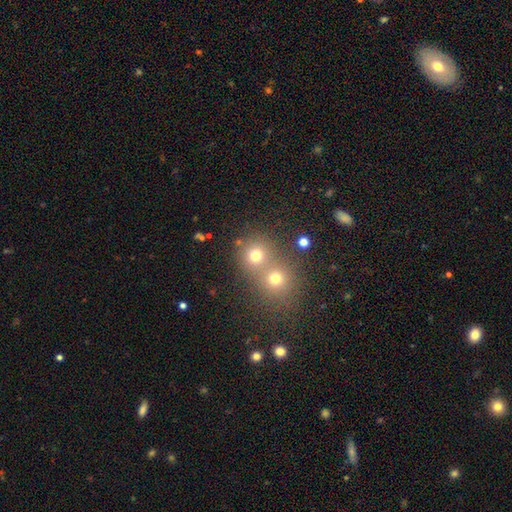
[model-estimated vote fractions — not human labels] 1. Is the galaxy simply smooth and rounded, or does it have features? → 73% smooth, 18% star or artifact, 9% featured or disk.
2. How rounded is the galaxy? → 86% round, 13% in between, 1% cigar-shaped.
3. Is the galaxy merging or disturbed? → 49% none, 43% merger, 6% minor disturbance, 3% major disturbance.